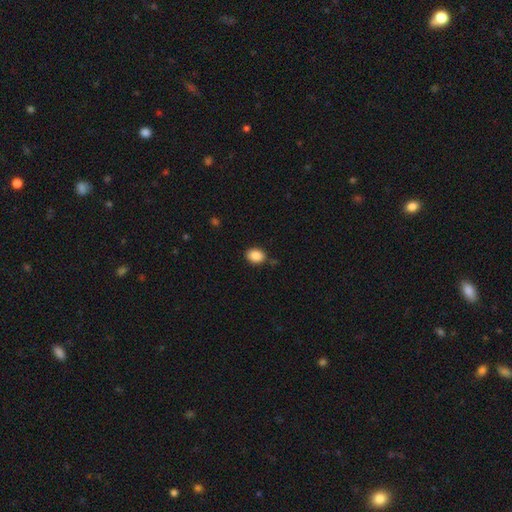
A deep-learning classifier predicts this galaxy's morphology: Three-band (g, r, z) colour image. It shows a smooth galaxy with no disk features (88%) that is in between round and cigar-shaped (61%). Merging: none (81%).